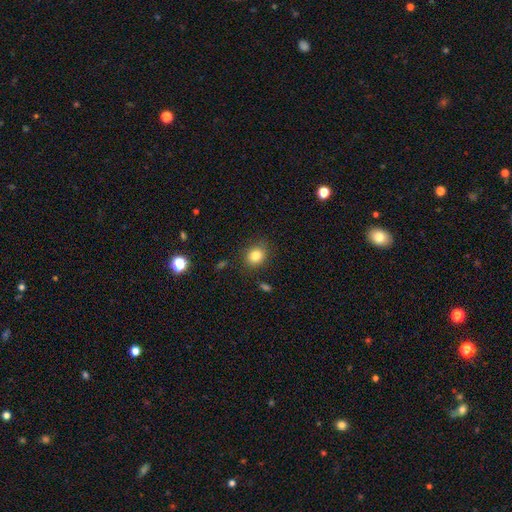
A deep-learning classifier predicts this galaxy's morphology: The model was most divided on "how rounded": round: 68%, in between: 31%, cigar-shaped: 1%. More confident: merging — none (83%); smooth or featured — smooth (82%).